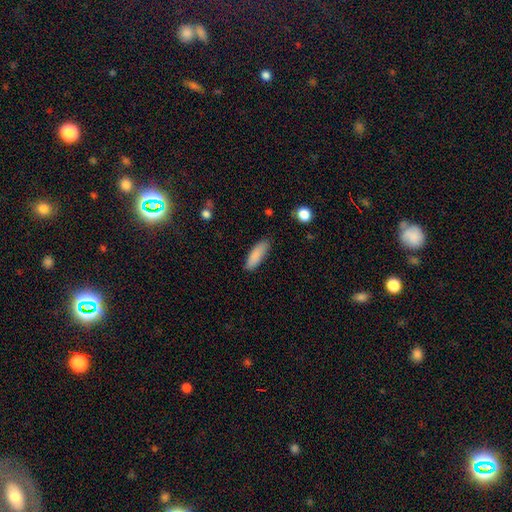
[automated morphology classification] The model was most divided on "how rounded": in between: 53%, cigar-shaped: 45%, round: 2%. More confident: smooth or featured — smooth (87%); merging — none (83%).